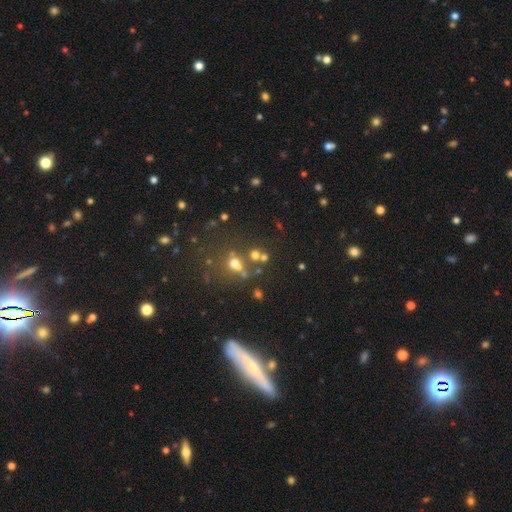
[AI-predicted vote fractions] Smooth or featured? Predicted: smooth (p=0.45). Merging? Predicted: none (p=0.56).